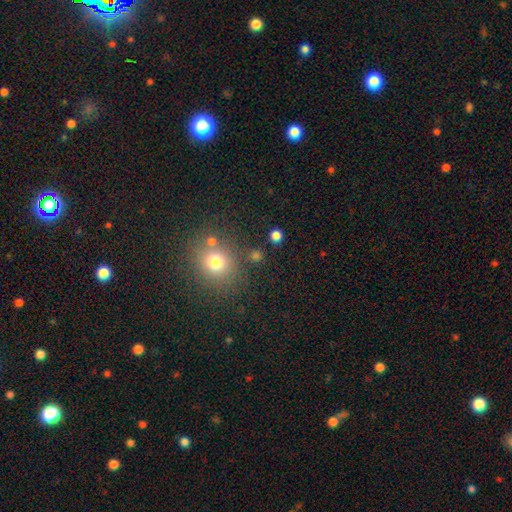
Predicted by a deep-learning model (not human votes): Smooth or featured? Predicted: smooth (p=0.70). How rounded? Predicted: round (p=0.82). Merging? Predicted: none (p=0.78).